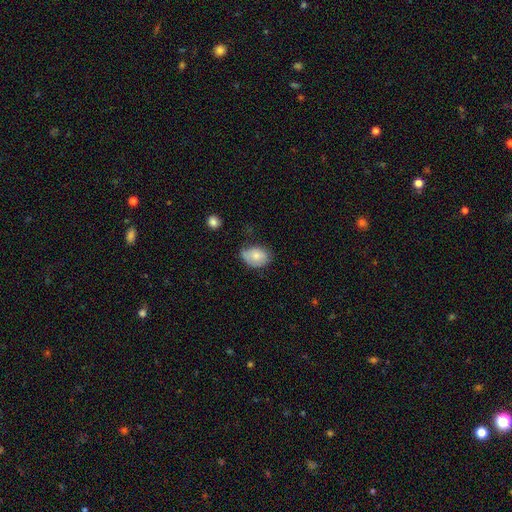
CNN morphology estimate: This appears to be a smooth galaxy with no disk features (74%) that is in between round and cigar-shaped (80%). Merging: none (48%).